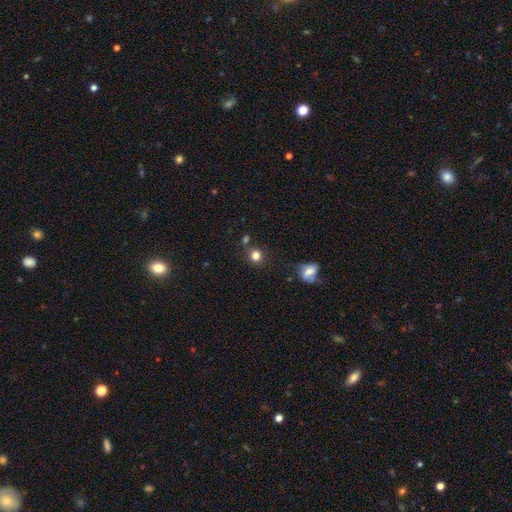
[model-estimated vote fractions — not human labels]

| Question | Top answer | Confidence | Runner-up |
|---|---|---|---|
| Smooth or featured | smooth | 81% | star or artifact (13%) |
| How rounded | round | 86% | in between (13%) |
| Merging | none | 72% | merger (12%) |